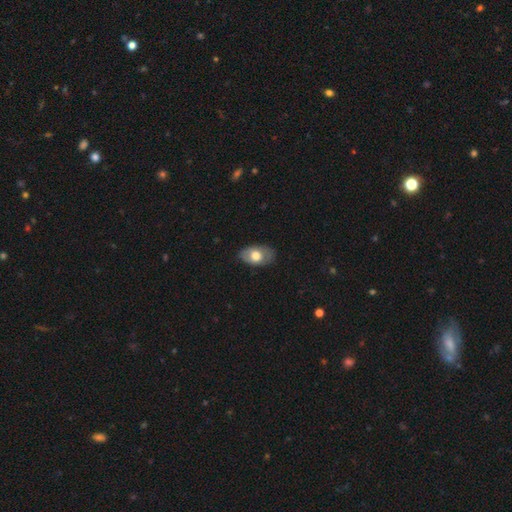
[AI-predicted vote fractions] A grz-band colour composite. It shows a smooth galaxy with no disk features (64%) that is in between round and cigar-shaped (89%). Merging: none (77%).